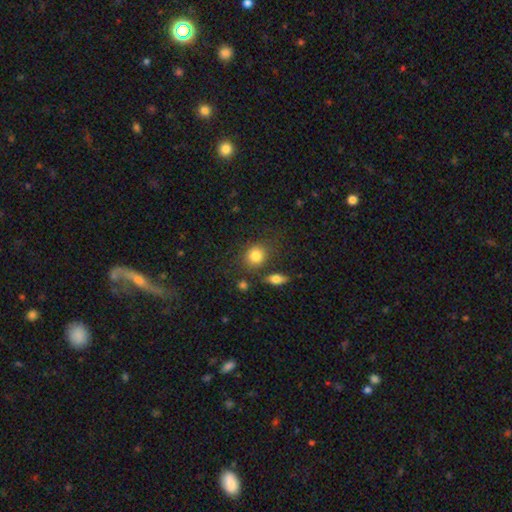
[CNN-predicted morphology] Smooth or featured? smooth (82%)
How rounded? round (75%)
Merging? none (72%)